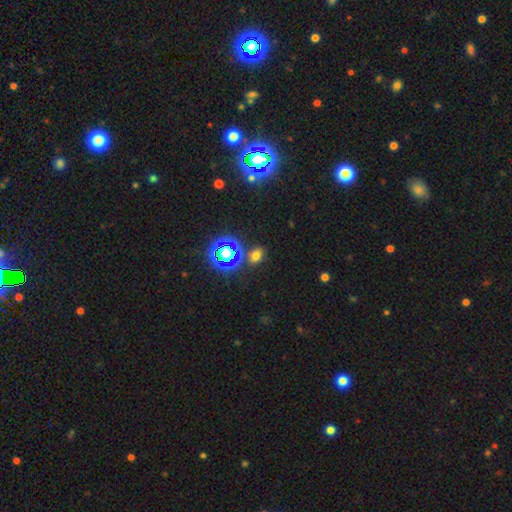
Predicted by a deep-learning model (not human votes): Morphology: type=smooth (56%); roundness=in between (70%); merging=none (75%).